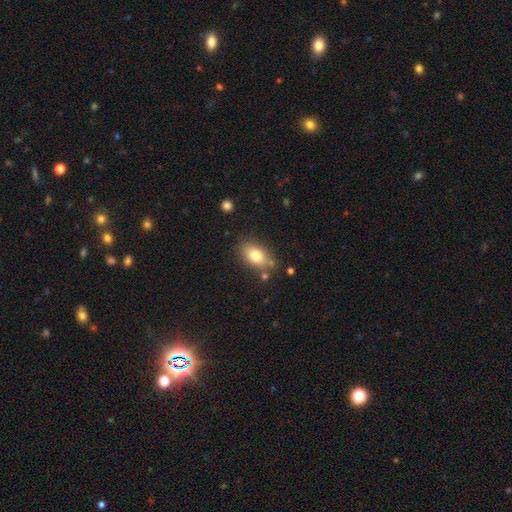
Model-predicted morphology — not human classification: A smooth galaxy with no disk features (78%) that is in between round and cigar-shaped (85%).

Vote fractions:
- Smooth or featured? smooth: 78% / featured or disk: 14% / star or artifact: 8%
- How rounded? in between: 85% / round: 13% / cigar-shaped: 3%
- Merging? none: 74% / minor disturbance: 16% / merger: 6% / major disturbance: 4%